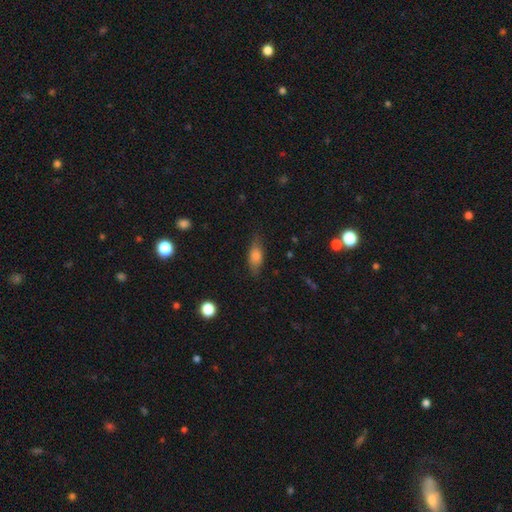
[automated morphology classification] smooth 68%, featured or disk 22%, star or artifact 10%. Down the decision tree: how rounded — in between (71%); merging — none (77%).